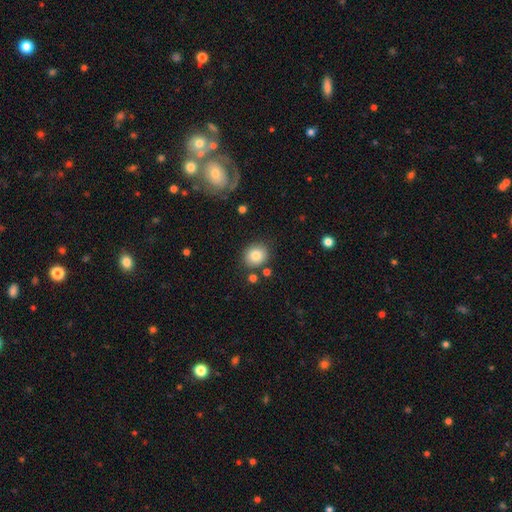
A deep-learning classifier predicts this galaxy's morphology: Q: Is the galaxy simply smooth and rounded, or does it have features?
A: smooth — 82%.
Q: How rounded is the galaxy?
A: round — 80%.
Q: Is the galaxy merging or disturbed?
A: none — 82%.